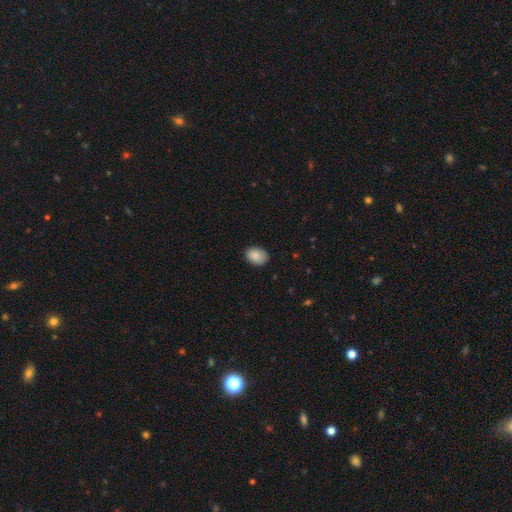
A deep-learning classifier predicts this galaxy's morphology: type=smooth (89%); roundness=in between (69%); merging=none (85%).